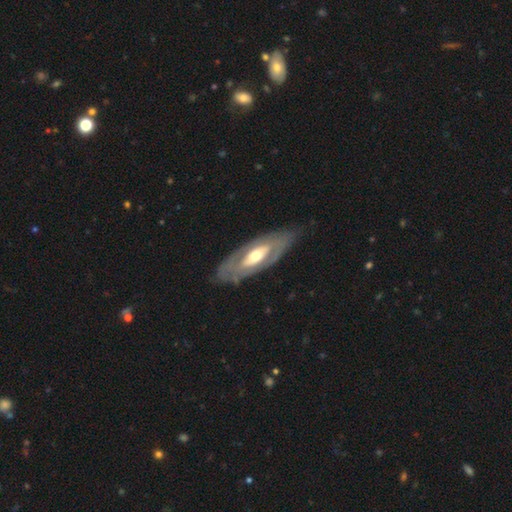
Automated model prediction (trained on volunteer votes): Smooth or featured? featured or disk (70%)
Edge-on disk? no (81%)
Bar? no (63%)
Spiral arms? no (62%)
Bulge size? moderate (67%)
Merging? none (76%)